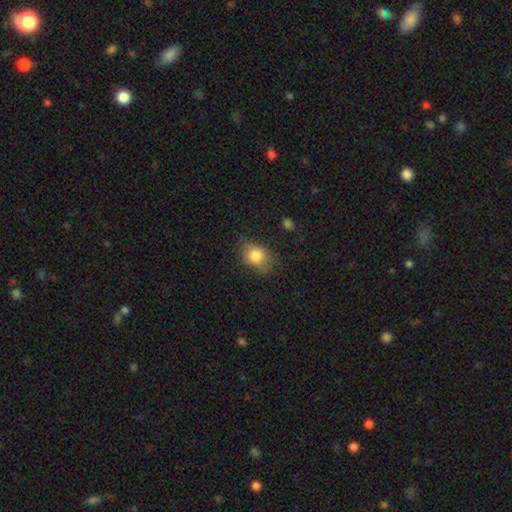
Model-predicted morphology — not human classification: A smooth galaxy with no disk features (81%) that is in between round and cigar-shaped (58%).

Vote fractions:
- Smooth or featured? smooth: 81% / featured or disk: 10% / star or artifact: 9%
- How rounded? in between: 58% / round: 40% / cigar-shaped: 1%
- Merging? none: 60% / minor disturbance: 29% / major disturbance: 9% / merger: 2%